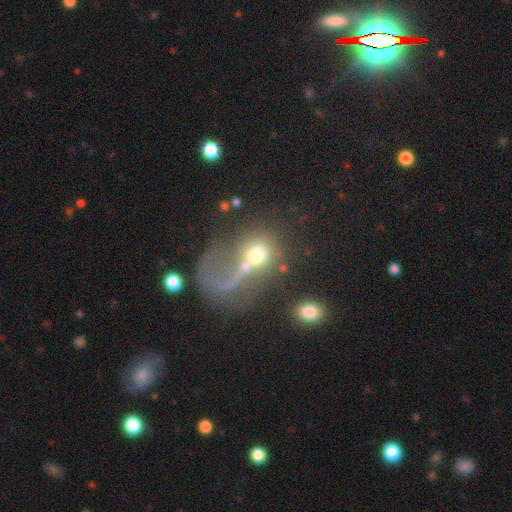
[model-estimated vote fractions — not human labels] Smooth or featured? smooth (51%)
How rounded? round (63%)
Merging? merger (48%)